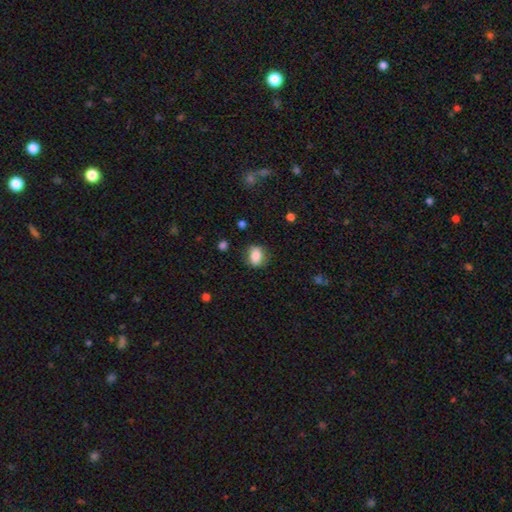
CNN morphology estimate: smooth_or_featured: smooth (p=0.81) [alt: featured or disk p=0.11]
how_rounded: in between (p=0.58) [alt: round p=0.41]
merging: none (p=0.77) [alt: minor disturbance p=0.17]